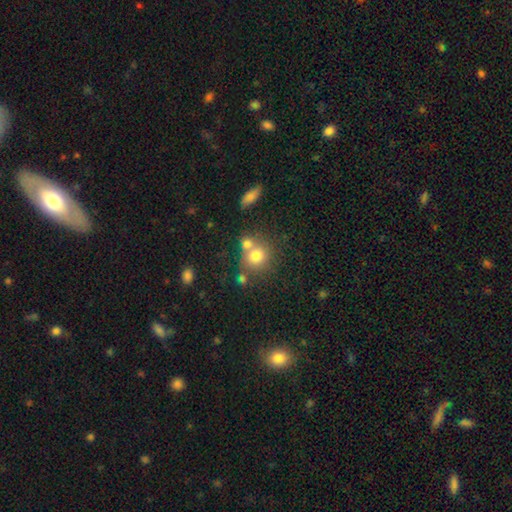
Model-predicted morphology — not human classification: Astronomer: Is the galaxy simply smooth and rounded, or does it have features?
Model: smooth — 74%.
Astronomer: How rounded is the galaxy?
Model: round — 78%.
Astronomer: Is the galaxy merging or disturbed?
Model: none — 47% (runner-up: merger, 38%).